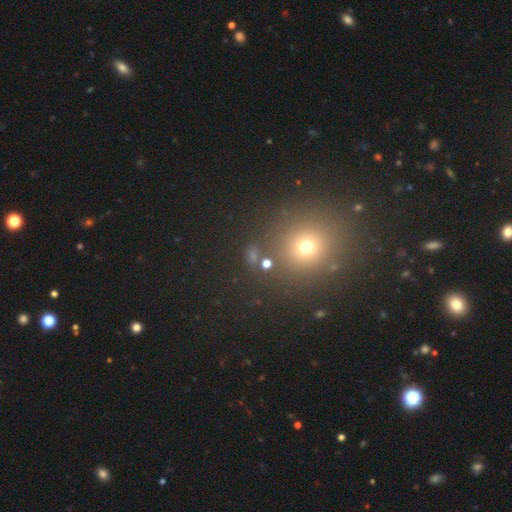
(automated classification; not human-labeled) Morphology: type=smooth (54%); roundness=round (84%); merging=none (82%).